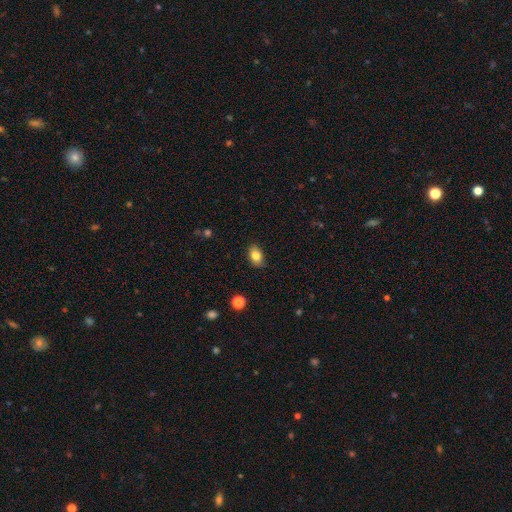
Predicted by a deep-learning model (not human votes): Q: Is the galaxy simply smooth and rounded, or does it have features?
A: smooth — 83%.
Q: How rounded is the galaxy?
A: in between — 82%.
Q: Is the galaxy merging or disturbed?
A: none — 84%.